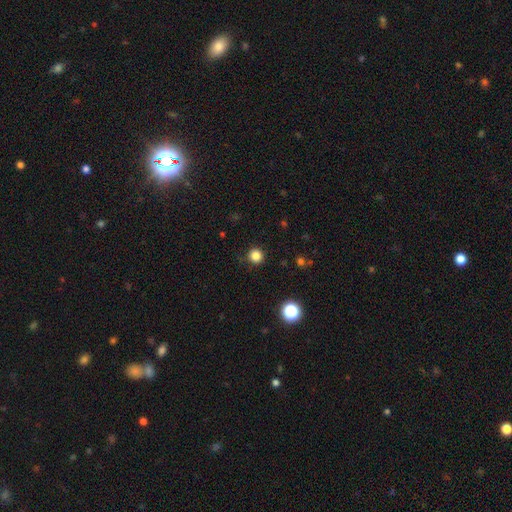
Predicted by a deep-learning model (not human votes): Smooth or featured: smooth — 83% (star or artifact — 13%)
How rounded: round — 95% (in between — 5%)
Merging: none — 90% (minor disturbance — 7%)